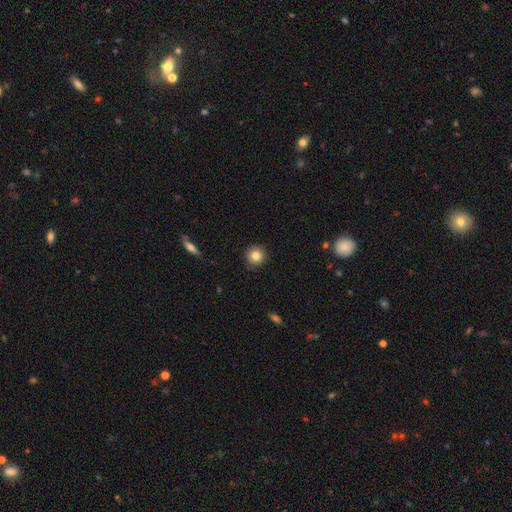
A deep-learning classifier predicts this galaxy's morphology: smooth-or-featured: smooth: 82% | star or artifact: 10% | featured or disk: 8%
  how-rounded: round: 94% | in between: 5% | cigar-shaped: 1%
  merging: none: 90% | minor disturbance: 7% | major disturbance: 2% | merger: 1%